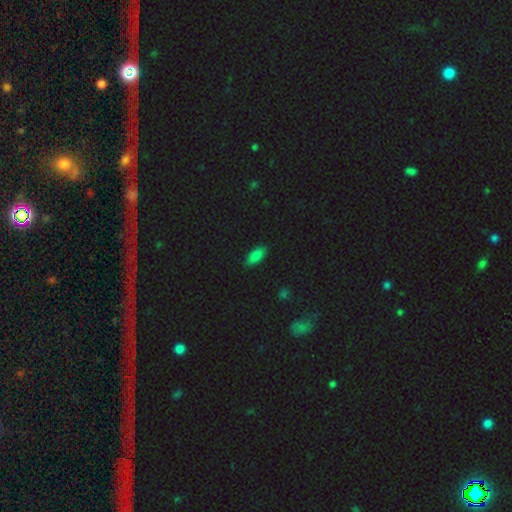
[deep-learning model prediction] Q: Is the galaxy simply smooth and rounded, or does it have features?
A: smooth — 81%.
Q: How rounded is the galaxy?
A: in between — 85%.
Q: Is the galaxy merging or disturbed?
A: none — 86%.